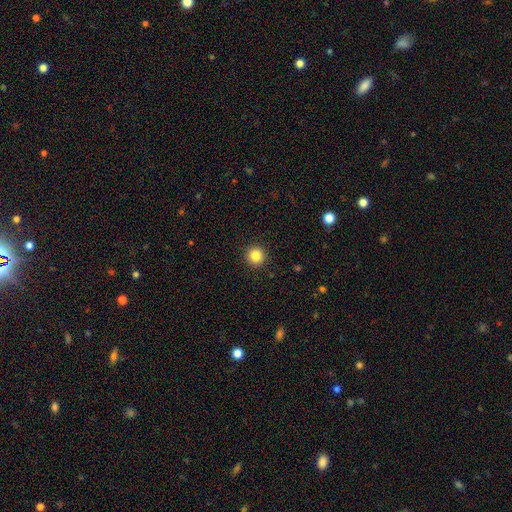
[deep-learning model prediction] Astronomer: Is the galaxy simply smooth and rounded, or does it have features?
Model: smooth — 84%.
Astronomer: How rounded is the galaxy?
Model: round — 96%.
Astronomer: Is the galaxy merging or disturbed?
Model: none — 93%.